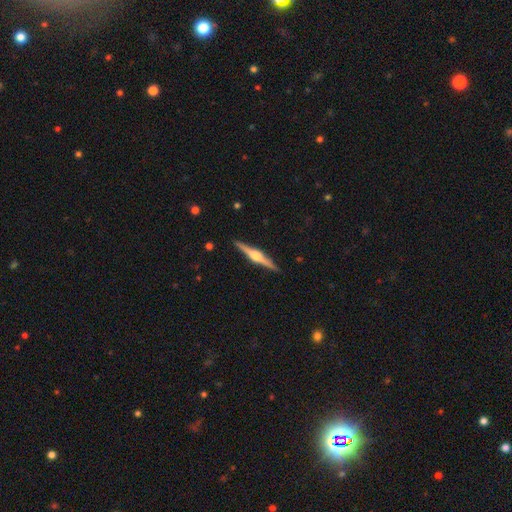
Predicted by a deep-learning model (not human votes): This appears to be a featured or disk galaxy (83%) viewed edge-on (98%) with a rounded central bulge (92%). Merging: none (92%).